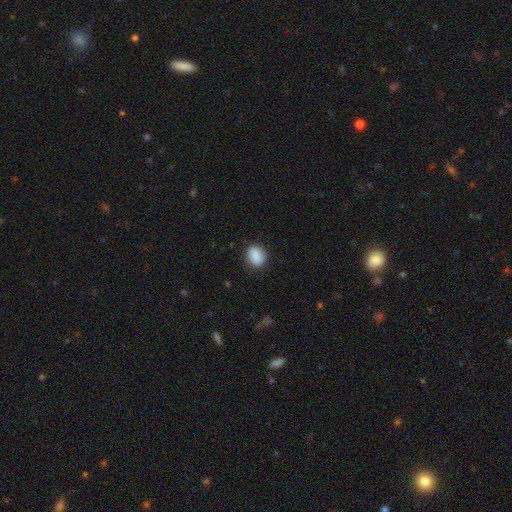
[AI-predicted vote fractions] This appears to be a smooth galaxy with no disk features (88%) that is in between round and cigar-shaped (56%). Merging: none (85%).